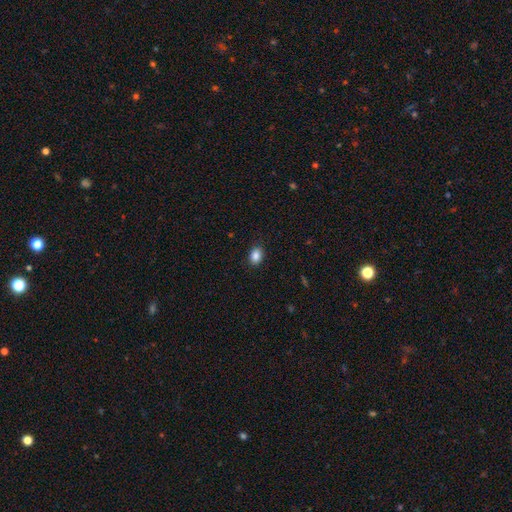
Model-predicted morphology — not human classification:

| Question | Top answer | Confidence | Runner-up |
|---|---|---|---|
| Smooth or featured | smooth | 87% | star or artifact (9%) |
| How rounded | in between | 73% | round (26%) |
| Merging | none | 88% | minor disturbance (9%) |